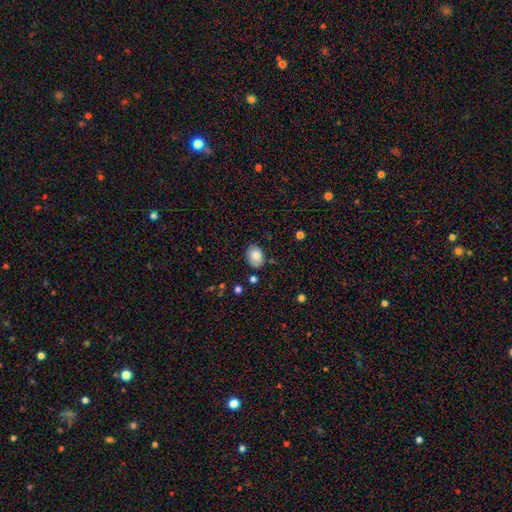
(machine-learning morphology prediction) A smooth galaxy with no disk features (82%) that is in between round and cigar-shaped (68%).

Vote fractions:
- Smooth or featured? smooth: 82% / featured or disk: 10% / star or artifact: 8%
- How rounded? in between: 68% / round: 32% / cigar-shaped: 1%
- Merging? none: 77% / minor disturbance: 17% / major disturbance: 3% / merger: 3%